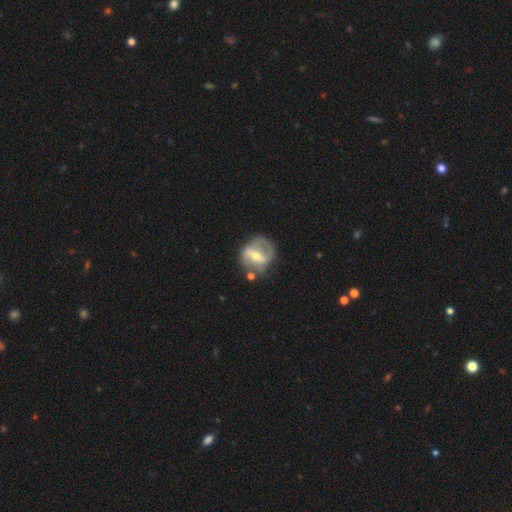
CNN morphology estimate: Smooth or featured? Predicted: featured or disk (p=0.71). Edge-on disk? Predicted: no (p=0.95). Bar? Predicted: strong (p=0.53). Spiral arms? Predicted: yes (p=0.62). Bulge size? Predicted: moderate (p=0.59). Merging? Predicted: none (p=0.58).